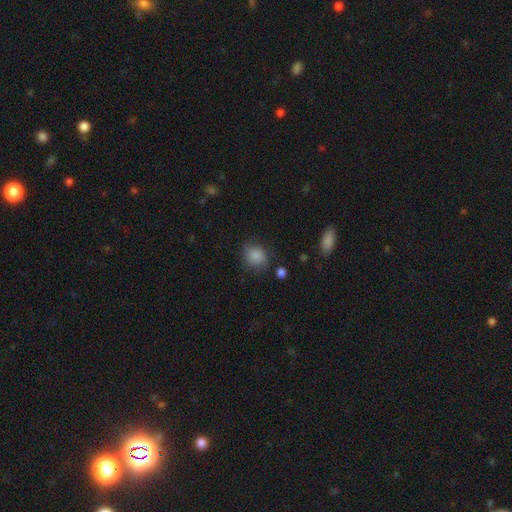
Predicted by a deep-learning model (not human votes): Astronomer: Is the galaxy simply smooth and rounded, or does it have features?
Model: smooth — 84%.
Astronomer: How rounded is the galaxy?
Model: round — 73%.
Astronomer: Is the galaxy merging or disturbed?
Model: none — 70%.